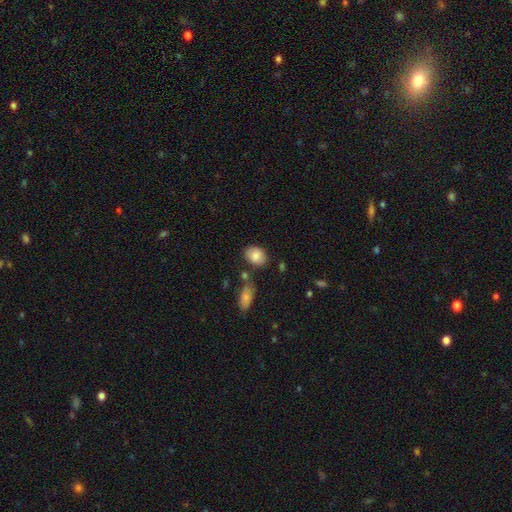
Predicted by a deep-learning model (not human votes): This appears to be a smooth galaxy with no disk features (84%) that is in between round and cigar-shaped (64%). Merging: none (75%).